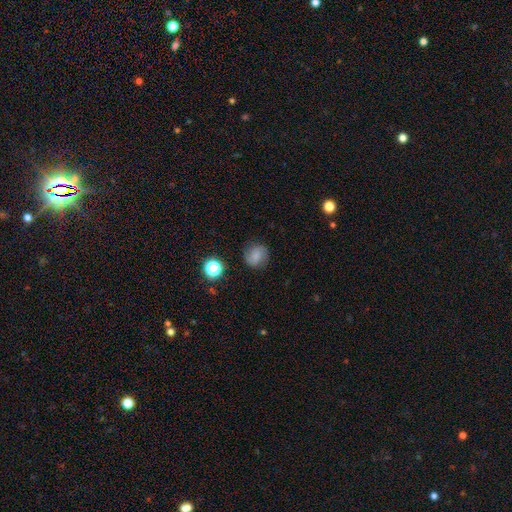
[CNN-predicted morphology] A smooth galaxy with no disk features (65%) that is round (84%). Merging: none (81%).